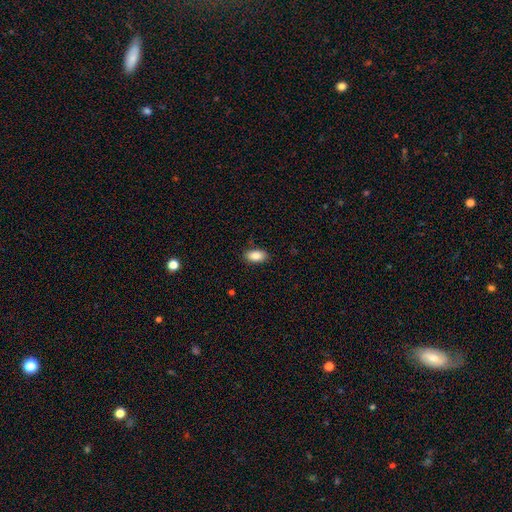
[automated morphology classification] This is clearly a smooth galaxy (87%). How rounded: clearly in between (93%). Merging: clearly none (87%).